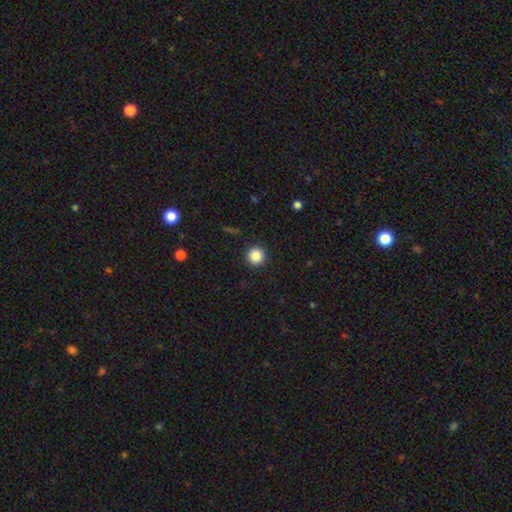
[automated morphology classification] A smooth galaxy with no disk features (86%) that is round (96%).

Vote fractions:
- Smooth or featured? smooth: 86% / star or artifact: 10% / featured or disk: 4%
- How rounded? round: 96% / in between: 3% / cigar-shaped: 1%
- Merging? none: 92% / minor disturbance: 5% / major disturbance: 2% / merger: 1%